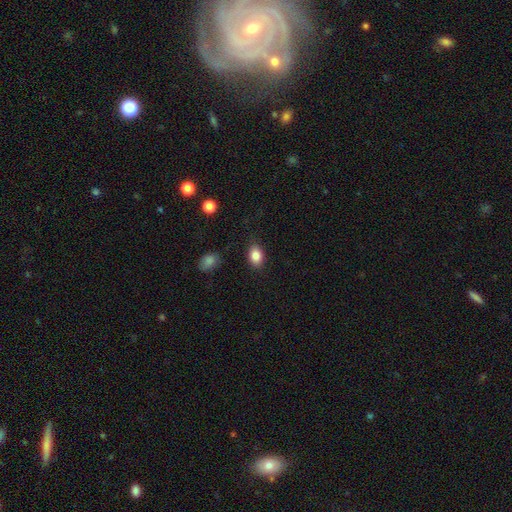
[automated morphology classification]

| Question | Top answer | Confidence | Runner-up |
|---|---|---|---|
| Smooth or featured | smooth | 85% | star or artifact (9%) |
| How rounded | in between | 78% | round (21%) |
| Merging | none | 84% | minor disturbance (11%) |